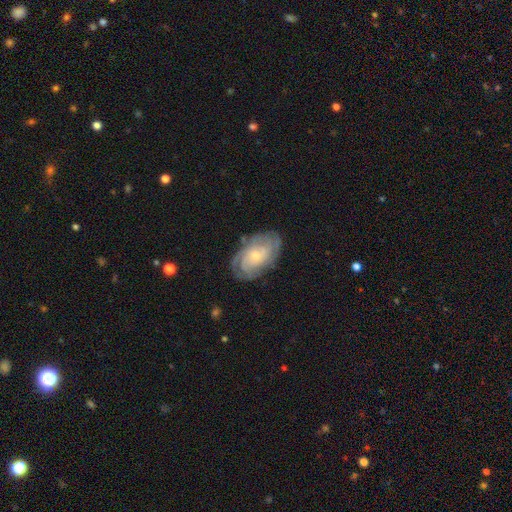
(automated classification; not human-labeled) Smooth or featured? Predicted: featured or disk (p=0.80). Edge-on disk? Predicted: no (p=0.96). Bar? Predicted: no (p=0.73). Spiral arms? Predicted: yes (p=0.94). Spiral winding? Predicted: tight (p=0.67). Spiral arm count? Predicted: can't tell (p=0.37). Bulge size? Predicted: small (p=0.61). Merging? Predicted: none (p=0.74).